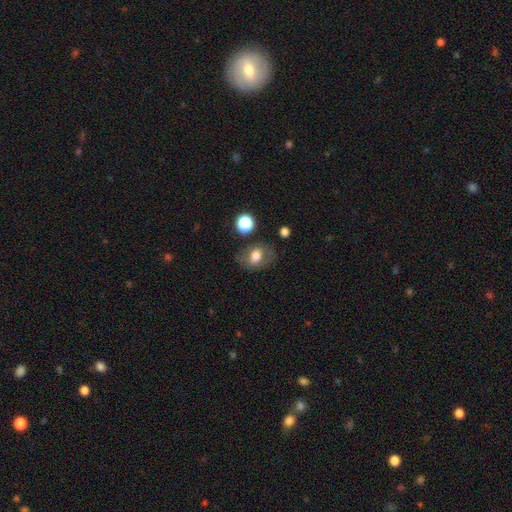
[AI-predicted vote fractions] This is likely a smooth galaxy (68%). How rounded: likely in between (66%). Merging: likely none (71%).